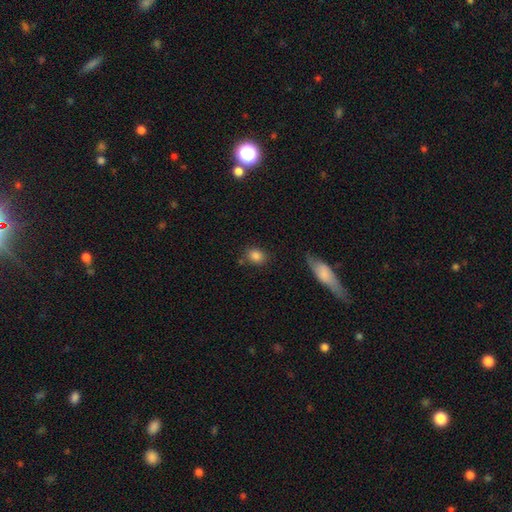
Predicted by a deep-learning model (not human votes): Q: Smooth or featured?
A: smooth (85%); runner-up: star or artifact (9%)
Q: How rounded?
A: in between (56%); runner-up: round (43%)
Q: Merging?
A: none (76%); runner-up: minor disturbance (14%)